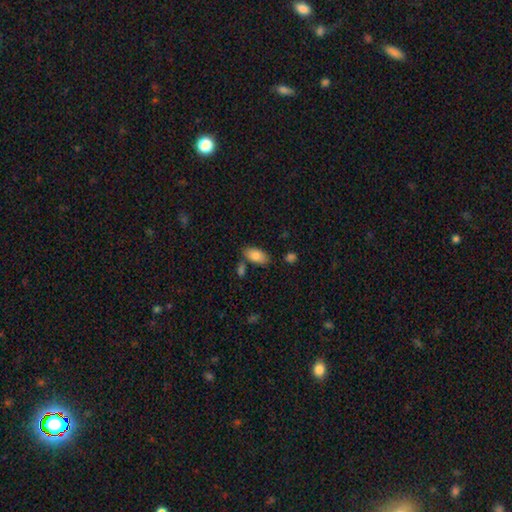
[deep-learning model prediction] Q: Smooth or featured?
A: smooth (86%); runner-up: featured or disk (7%)
Q: How rounded?
A: in between (93%); runner-up: cigar-shaped (4%)
Q: Merging?
A: none (74%); runner-up: minor disturbance (14%)